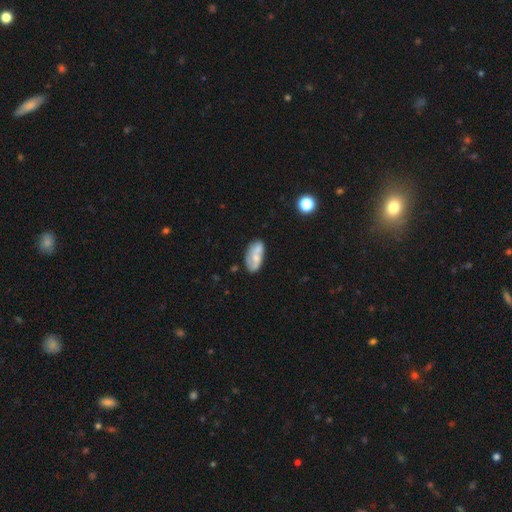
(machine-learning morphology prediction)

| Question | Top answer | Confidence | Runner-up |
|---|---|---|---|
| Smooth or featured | featured or disk | 47% | smooth (46%) |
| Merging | none | 52% | minor disturbance (25%) |